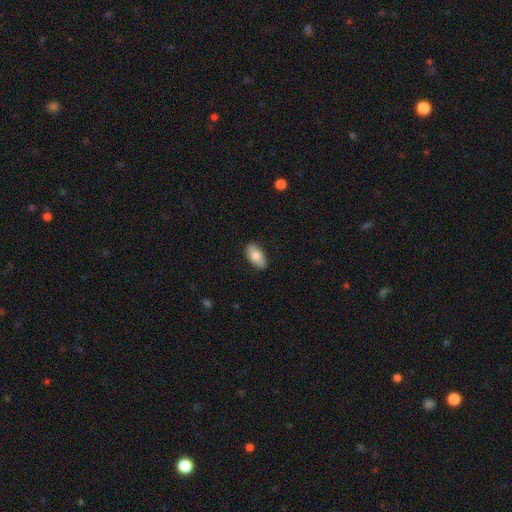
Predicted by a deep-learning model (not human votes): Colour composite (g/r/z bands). It shows a smooth galaxy with no disk features (77%) that is in between round and cigar-shaped (93%). Merging: none (85%).